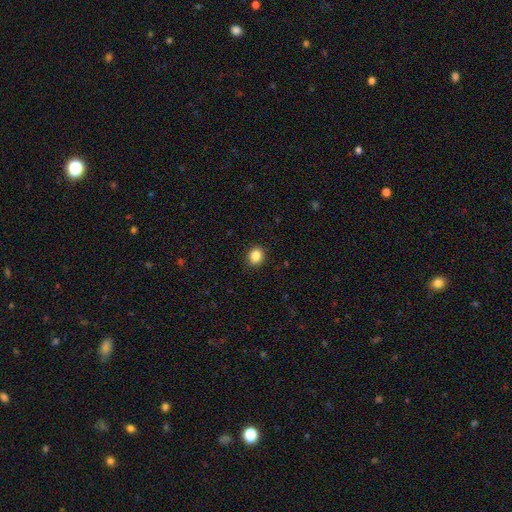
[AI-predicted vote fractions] Smooth or featured? smooth (87%)
How rounded? round (62%)
Merging? none (90%)